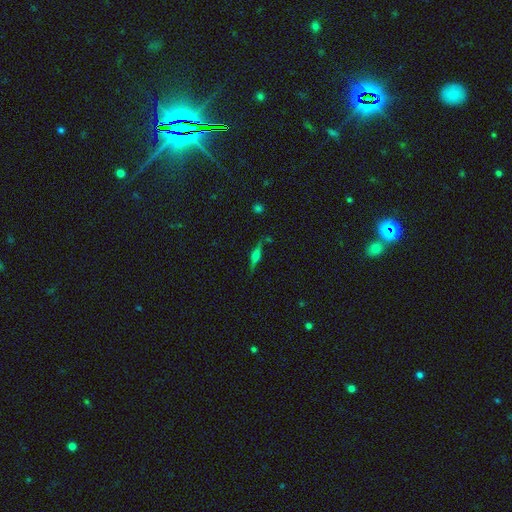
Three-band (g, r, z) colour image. It shows a featured or disk galaxy (89%) viewed edge-on (97%) with a rounded central bulge (94%). Merging: none (72%).